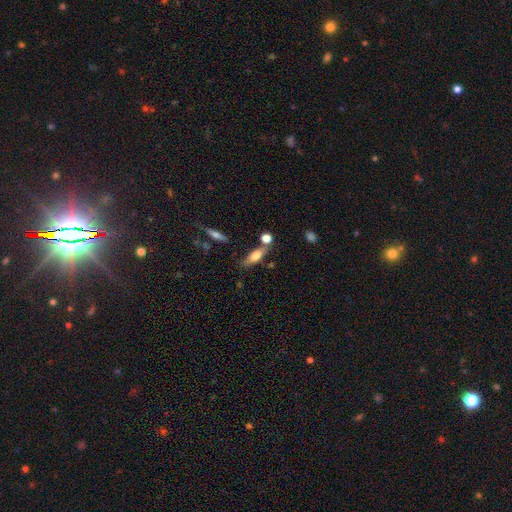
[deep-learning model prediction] Smooth or featured: smooth — 62% (featured or disk — 29%)
How rounded: in between — 53% (cigar-shaped — 42%)
Merging: none — 64% (merger — 16%)